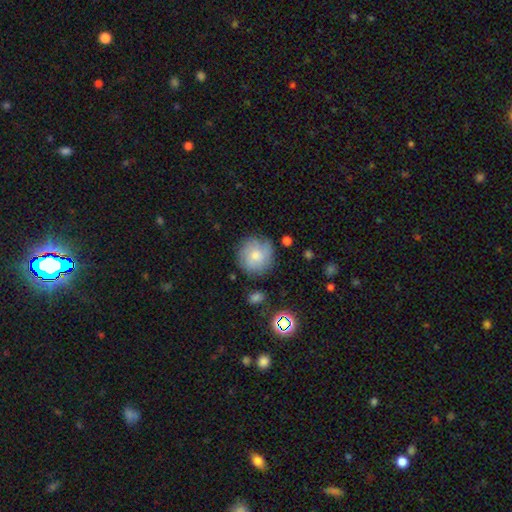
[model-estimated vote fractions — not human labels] Smooth or featured: smooth — 67% (featured or disk — 25%)
How rounded: round — 92% (in between — 7%)
Merging: none — 75% (minor disturbance — 18%)